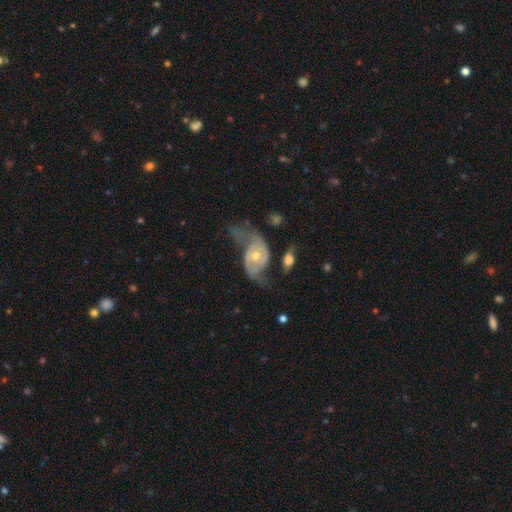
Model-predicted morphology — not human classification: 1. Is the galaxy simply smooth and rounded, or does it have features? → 83% featured or disk, 12% smooth, 5% star or artifact.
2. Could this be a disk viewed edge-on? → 96% no, 4% yes.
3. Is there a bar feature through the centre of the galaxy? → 69% no, 24% weak, 7% strong.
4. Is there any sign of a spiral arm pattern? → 90% yes, 10% no.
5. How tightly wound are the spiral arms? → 46% loose, 37% medium, 17% tight.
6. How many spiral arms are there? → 87% 2, 6% can't tell, 3% 1, 2% 3, 1% 4, 1% more than 4.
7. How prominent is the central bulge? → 60% moderate, 35% small, 3% large, 1% none, 1% dominant.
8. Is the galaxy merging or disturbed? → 39% none, 32% major disturbance, 23% minor disturbance, 6% merger.